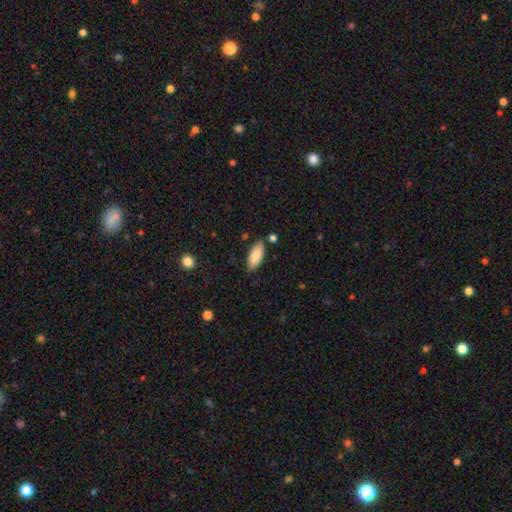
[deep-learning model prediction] Smooth or featured: smooth — 86% (featured or disk — 8%)
How rounded: in between — 84% (cigar-shaped — 14%)
Merging: none — 81% (minor disturbance — 13%)